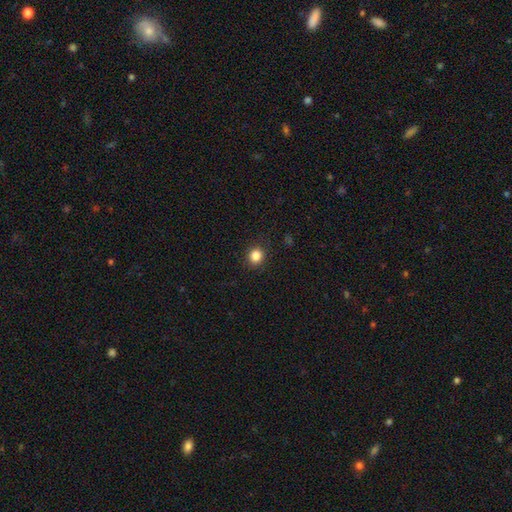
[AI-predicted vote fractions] A smooth galaxy with no disk features (85%) that is round (82%).

Vote fractions:
- Smooth or featured? smooth: 85% / star or artifact: 11% / featured or disk: 4%
- How rounded? round: 82% / in between: 17% / cigar-shaped: 1%
- Merging? none: 90% / minor disturbance: 7% / major disturbance: 2% / merger: 1%